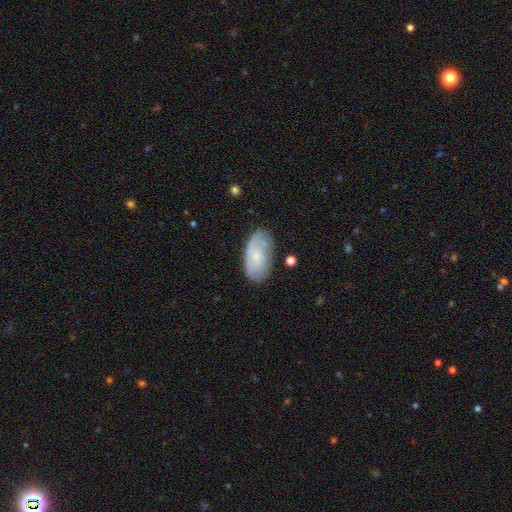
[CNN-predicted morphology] Smooth or featured? Predicted: smooth (p=0.55). How rounded? Predicted: in between (p=0.93). Merging? Predicted: none (p=0.68).